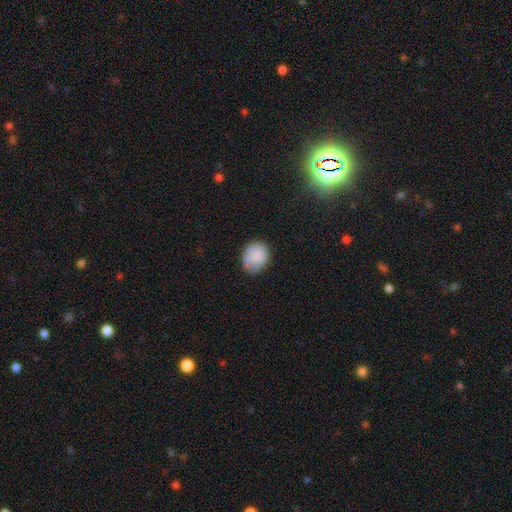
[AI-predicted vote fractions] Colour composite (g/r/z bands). It shows a smooth galaxy with no disk features (83%) that is round (54%). Merging: none (61%).